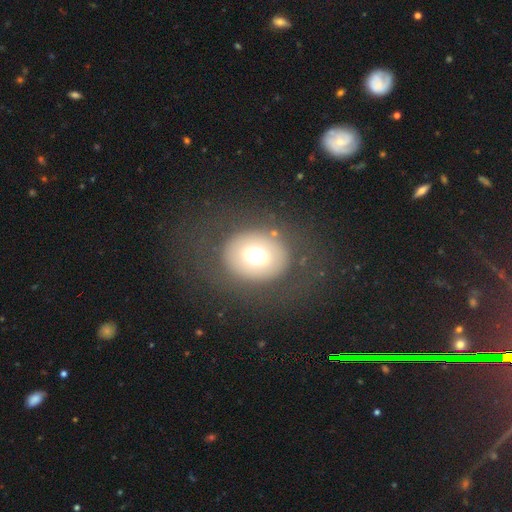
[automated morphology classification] Smooth or featured? Predicted: smooth (p=0.64). How rounded? Predicted: round (p=0.64). Merging? Predicted: none (p=0.77).